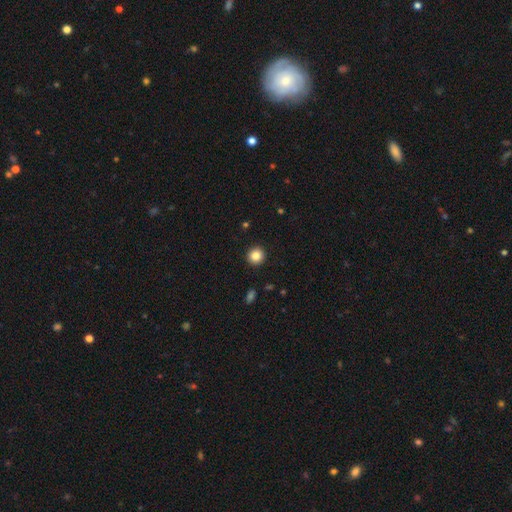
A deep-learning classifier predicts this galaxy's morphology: type=smooth (85%); roundness=round (92%); merging=none (92%).